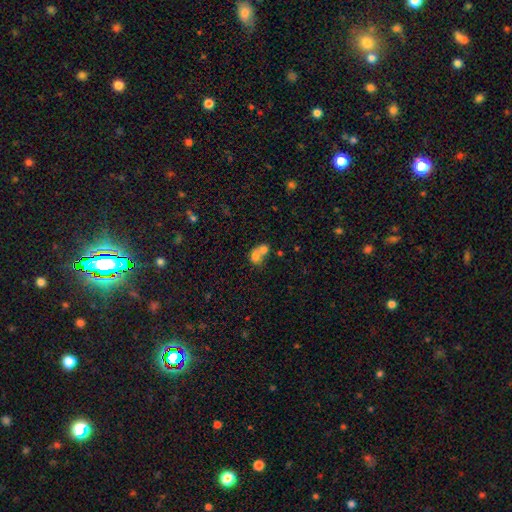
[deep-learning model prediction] smooth_or_featured: smooth (p=0.69) [alt: featured or disk p=0.20]
how_rounded: round (p=0.51) [alt: in between p=0.48]
merging: merger (p=0.74) [alt: none p=0.17]